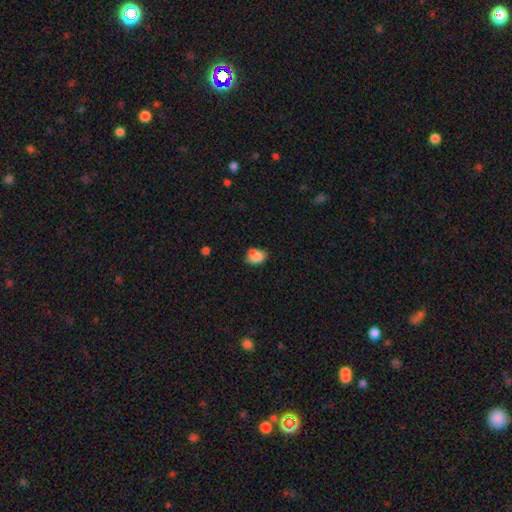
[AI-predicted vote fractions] This appears to be a smooth galaxy with no disk features (80%) that is in between round and cigar-shaped (63%). Merging: none (49%).